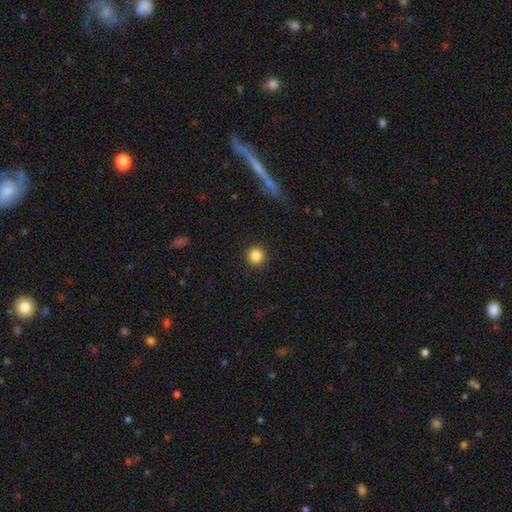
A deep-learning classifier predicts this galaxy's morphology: smooth 85%, star or artifact 10%, featured or disk 4%. Down the decision tree: how rounded — round (95%); merging — none (92%).